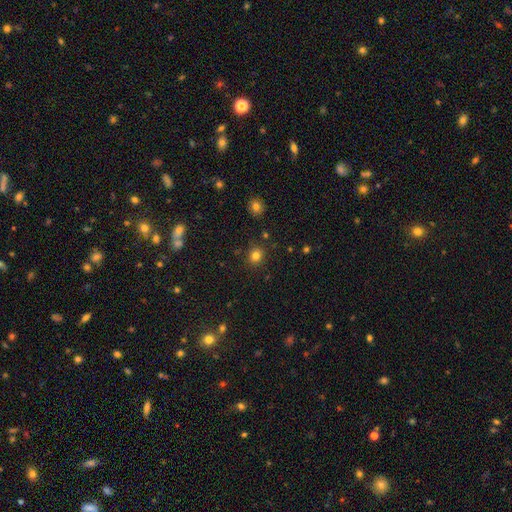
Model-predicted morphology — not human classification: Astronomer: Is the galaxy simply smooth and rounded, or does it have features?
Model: smooth — 81%.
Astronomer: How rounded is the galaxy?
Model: round — 78%.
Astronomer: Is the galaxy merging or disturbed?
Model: none — 87%.